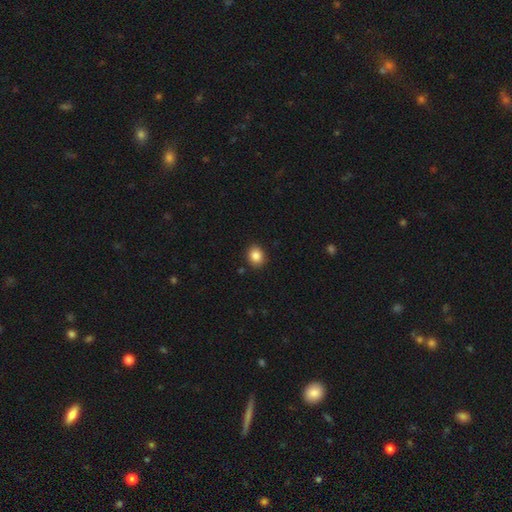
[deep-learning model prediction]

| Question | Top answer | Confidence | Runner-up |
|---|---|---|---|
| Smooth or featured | smooth | 86% | star or artifact (9%) |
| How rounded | round | 63% | in between (37%) |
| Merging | none | 89% | minor disturbance (8%) |